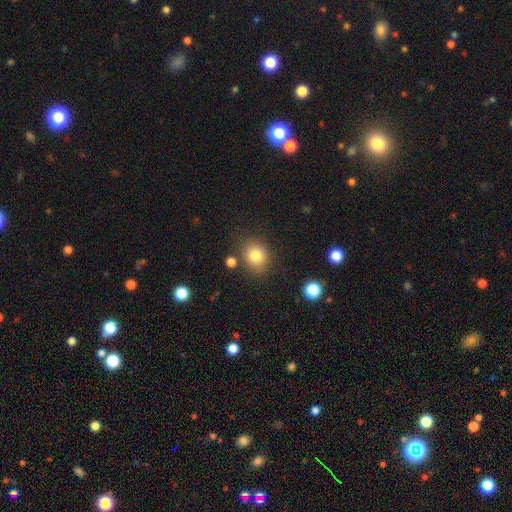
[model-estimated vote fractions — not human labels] A smooth galaxy with no disk features (81%) that is round (71%). Merging: none (79%).